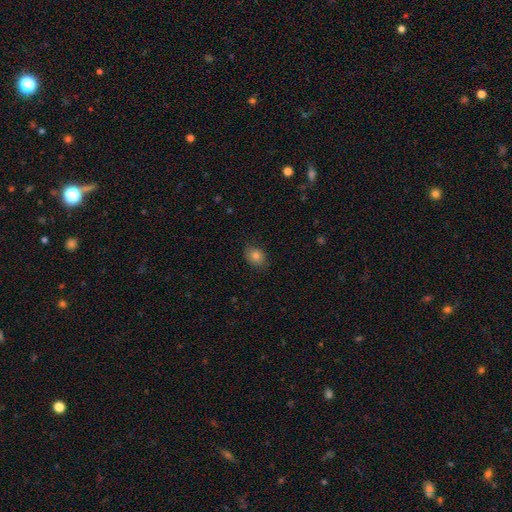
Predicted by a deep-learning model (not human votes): This appears to be a smooth galaxy with no disk features (81%) that is in between round and cigar-shaped (57%). Merging: none (81%).